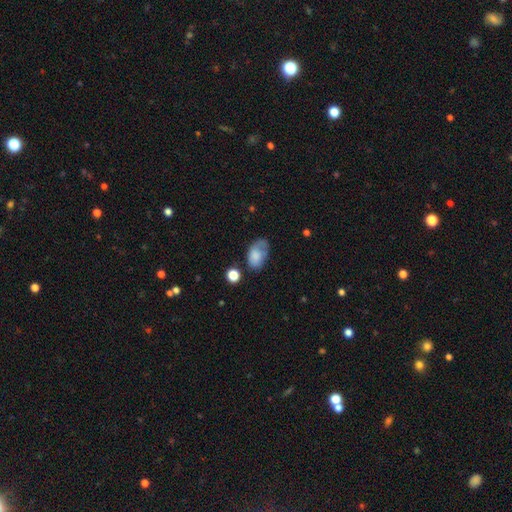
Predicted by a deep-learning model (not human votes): Smooth or featured: smooth — 75% (featured or disk — 16%)
How rounded: in between — 89% (round — 9%)
Merging: none — 44% (minor disturbance — 32%)